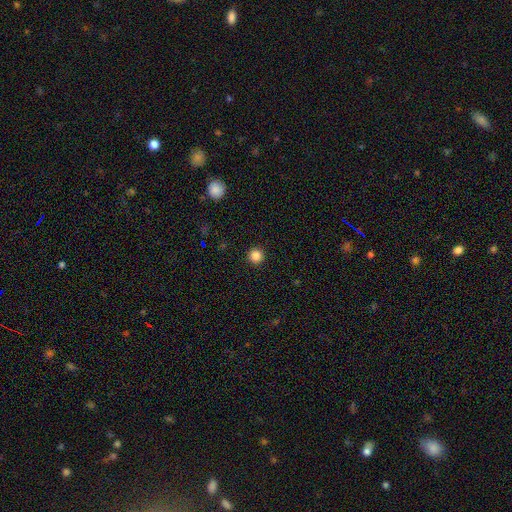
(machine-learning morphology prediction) Smooth or featured: smooth — 85% (star or artifact — 11%)
How rounded: round — 96% (in between — 3%)
Merging: none — 94% (minor disturbance — 4%)